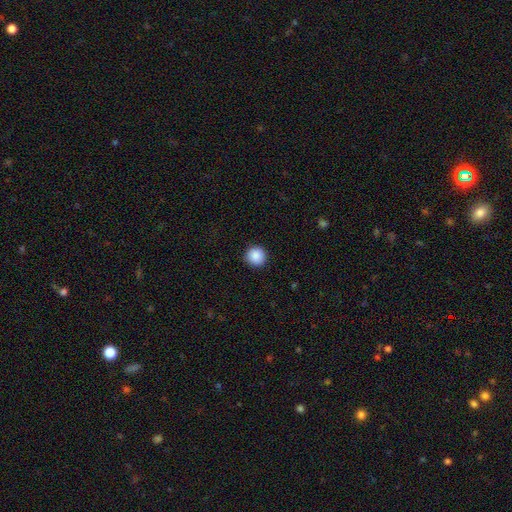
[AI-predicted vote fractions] Morphology: type=smooth (89%); roundness=round (95%); merging=none (92%).